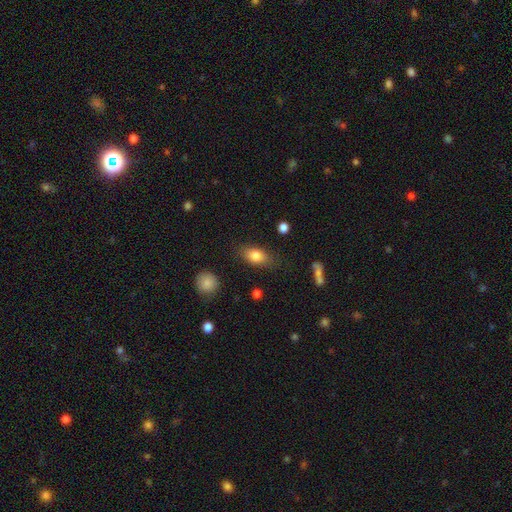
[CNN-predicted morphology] Smooth or featured? Predicted: smooth (p=0.81). How rounded? Predicted: in between (p=0.84). Merging? Predicted: none (p=0.79).